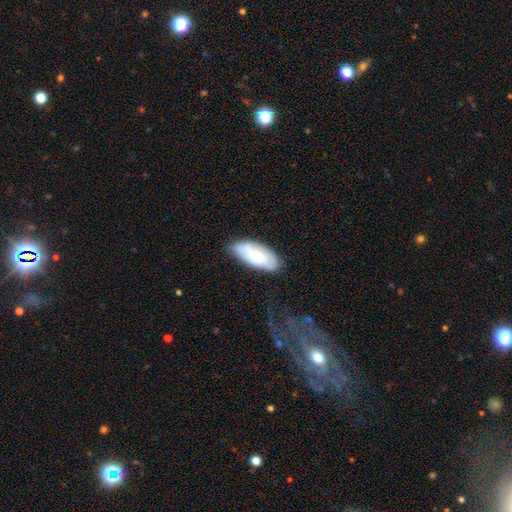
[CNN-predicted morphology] Smooth or featured?
  - smooth: 62% *
  - featured or disk: 32%
  - star or artifact: 6%
How rounded?
  - in between: 86% *
  - cigar-shaped: 12%
  - round: 2%
Merging?
  - none: 68% *
  - minor disturbance: 24%
  - major disturbance: 6%
  - merger: 3%